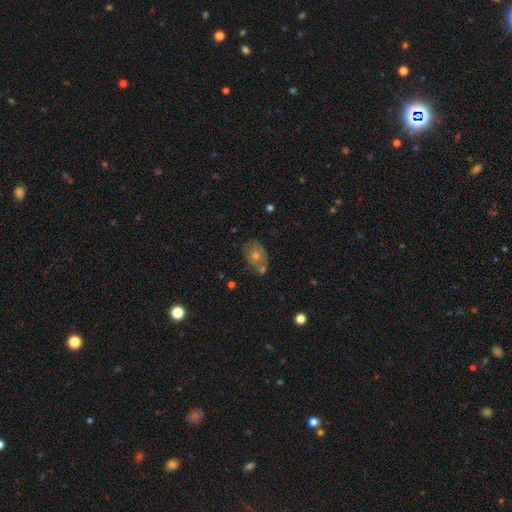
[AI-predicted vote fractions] This is possibly a smooth galaxy (45%). Merging: possibly none (58%).